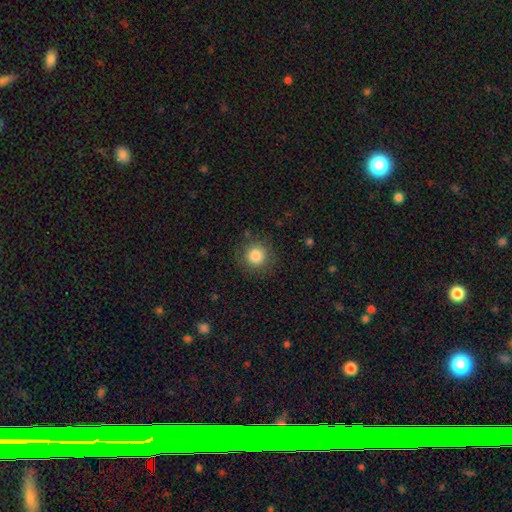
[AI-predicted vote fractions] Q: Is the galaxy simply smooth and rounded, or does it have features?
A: smooth — 83%.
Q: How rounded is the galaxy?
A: round — 94%.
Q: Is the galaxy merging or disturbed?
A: none — 87%.